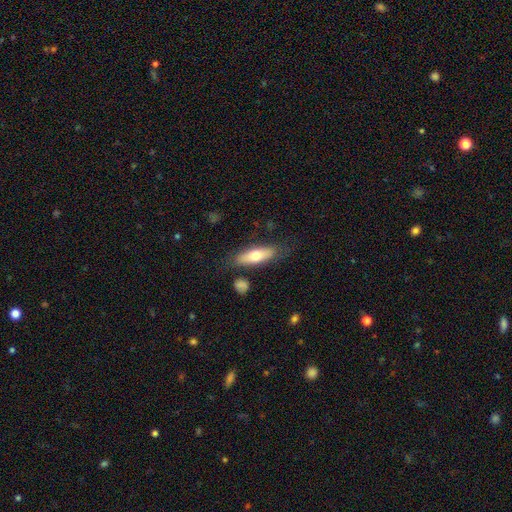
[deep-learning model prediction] smooth-or-featured: smooth: 64% | featured or disk: 30% | star or artifact: 6%
  how-rounded: in between: 57% | cigar-shaped: 40% | round: 3%
  merging: none: 77% | minor disturbance: 15% | major disturbance: 5% | merger: 4%